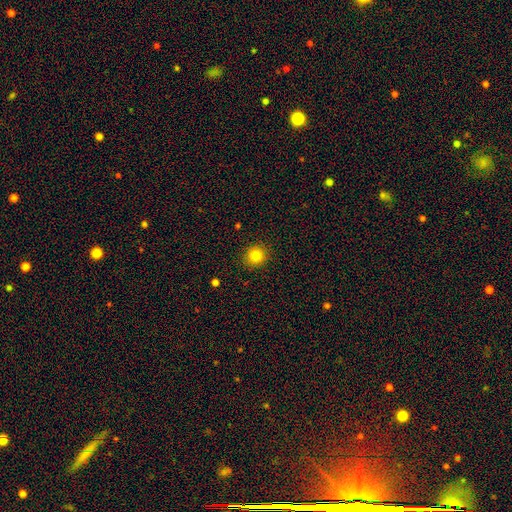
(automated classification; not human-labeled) The model was most divided on "smooth or featured": smooth: 83%, star or artifact: 12%, featured or disk: 5%. More confident: merging — none (90%); how rounded — round (86%).